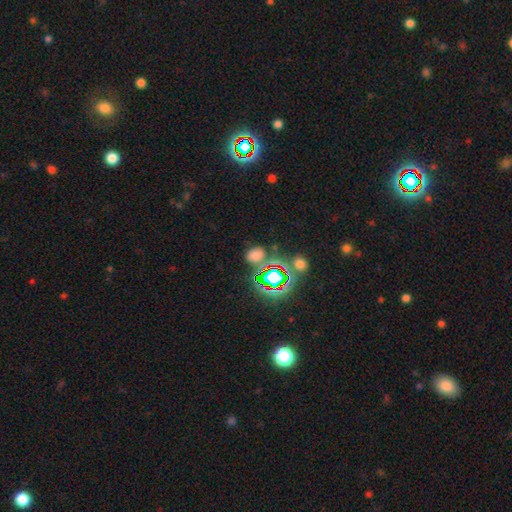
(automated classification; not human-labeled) A smooth galaxy with no disk features (53%) that is in between round and cigar-shaped (59%).

Vote fractions:
- Smooth or featured? smooth: 53% / star or artifact: 39% / featured or disk: 9%
- How rounded? in between: 59% / round: 39% / cigar-shaped: 2%
- Merging? none: 66% / minor disturbance: 16% / merger: 10% / major disturbance: 8%